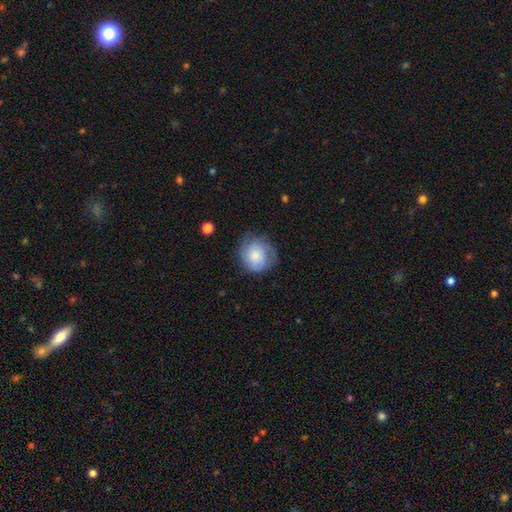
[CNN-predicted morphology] A smooth galaxy with no disk features (65%) that is round (82%).

Vote fractions:
- Smooth or featured? smooth: 65% / featured or disk: 28% / star or artifact: 7%
- How rounded? round: 82% / in between: 17% / cigar-shaped: 1%
- Merging? none: 62% / minor disturbance: 26% / major disturbance: 11% / merger: 1%